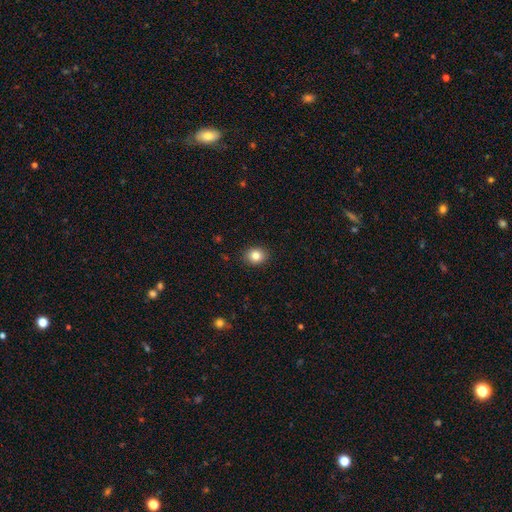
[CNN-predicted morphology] This is clearly a smooth galaxy (84%). How rounded: possibly round (57%). Merging: clearly none (90%).